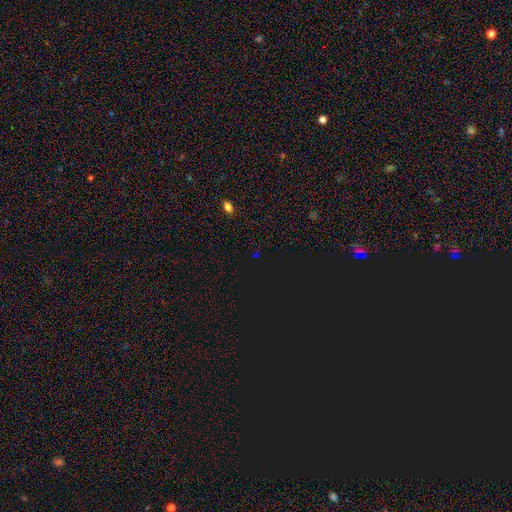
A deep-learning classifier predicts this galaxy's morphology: smooth_or_featured: star or artifact (p=0.71) [alt: smooth p=0.22]